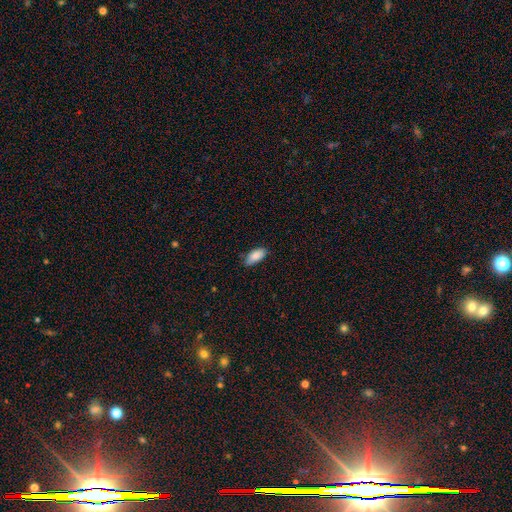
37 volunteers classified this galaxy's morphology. Smooth or featured? smooth (86%)
How rounded? in between (91%)
Merging? none (64%)